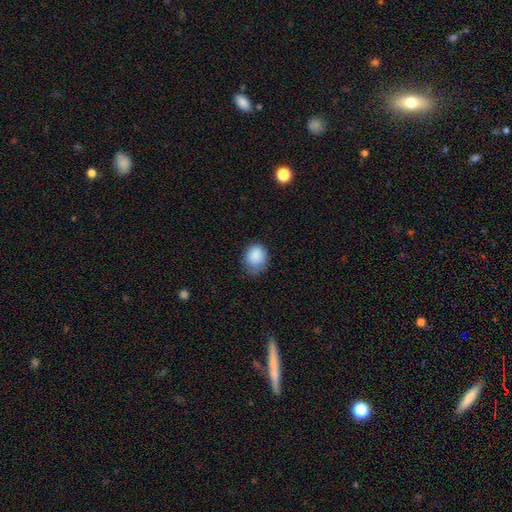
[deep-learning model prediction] A smooth galaxy with no disk features (87%) that is round (59%).

Vote fractions:
- Smooth or featured? smooth: 87% / star or artifact: 8% / featured or disk: 5%
- How rounded? round: 59% / in between: 40% / cigar-shaped: 1%
- Merging? none: 60% / minor disturbance: 30% / major disturbance: 8% / merger: 1%